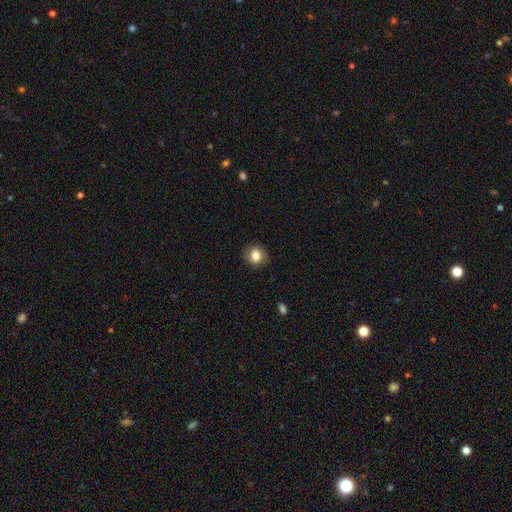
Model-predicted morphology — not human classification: Smooth or featured?
  - smooth: 77% *
  - featured or disk: 14%
  - star or artifact: 9%
How rounded?
  - round: 64% *
  - in between: 35%
  - cigar-shaped: 1%
Merging?
  - none: 82% *
  - minor disturbance: 13%
  - major disturbance: 4%
  - merger: 1%